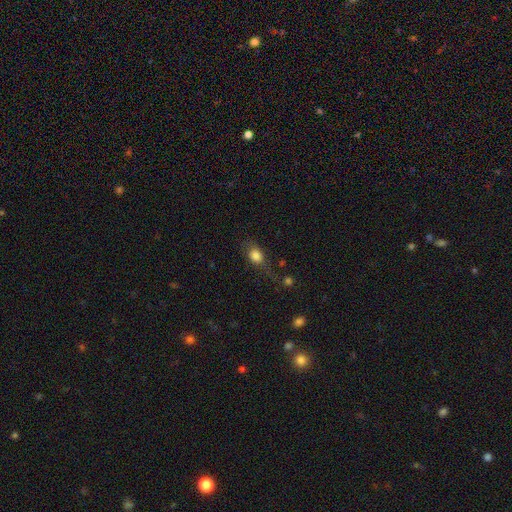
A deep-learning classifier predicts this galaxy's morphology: Q: Smooth or featured?
A: smooth (79%); runner-up: featured or disk (11%)
Q: How rounded?
A: in between (58%); runner-up: round (38%)
Q: Merging?
A: none (49%); runner-up: minor disturbance (24%)